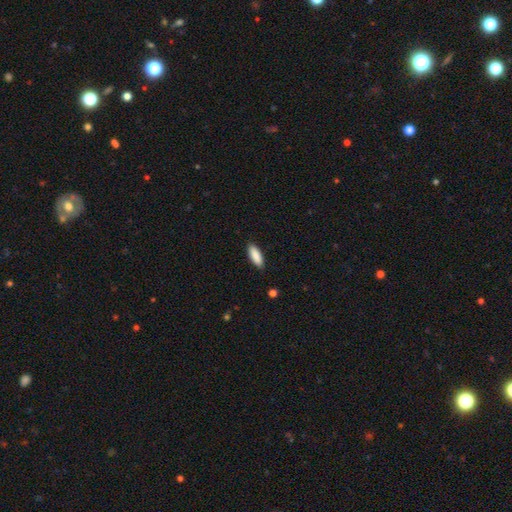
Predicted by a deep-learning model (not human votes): Smooth or featured: smooth — 89% (star or artifact — 6%)
How rounded: in between — 65% (cigar-shaped — 33%)
Merging: none — 89% (minor disturbance — 9%)